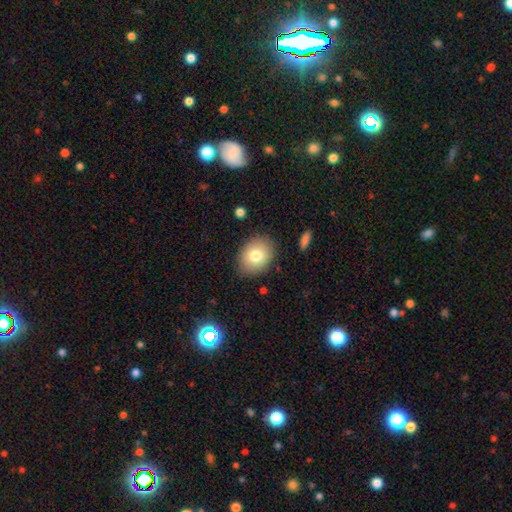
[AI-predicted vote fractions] This is likely a smooth galaxy (78%). How rounded: likely in between (64%). Merging: clearly none (85%).